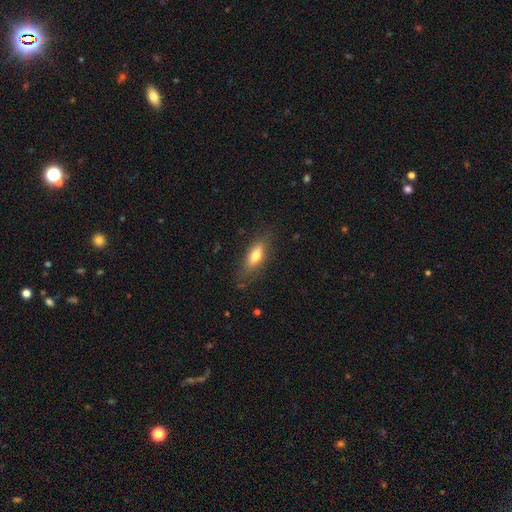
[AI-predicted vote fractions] Smooth or featured? smooth (67%)
How rounded? in between (62%)
Merging? none (78%)